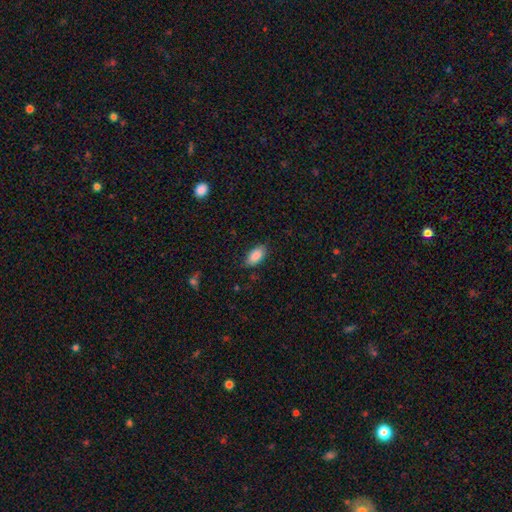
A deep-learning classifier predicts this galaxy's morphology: A smooth galaxy with no disk features (88%) that is in between round and cigar-shaped (92%).

Vote fractions:
- Smooth or featured? smooth: 88% / star or artifact: 7% / featured or disk: 5%
- How rounded? in between: 92% / cigar-shaped: 5% / round: 3%
- Merging? none: 80% / minor disturbance: 15% / major disturbance: 3% / merger: 1%